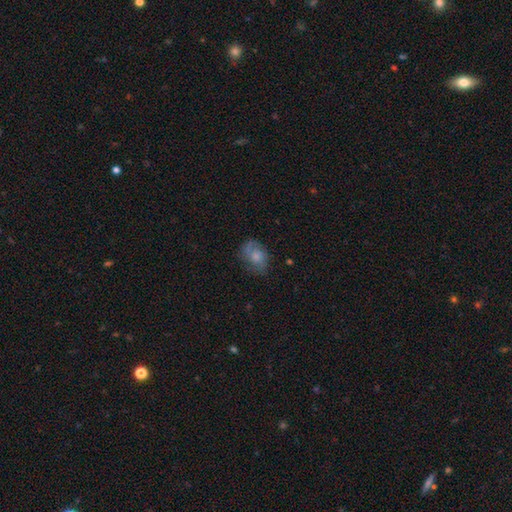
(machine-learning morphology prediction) Smooth or featured? smooth (51%)
How rounded? in between (71%)
Merging? none (62%)